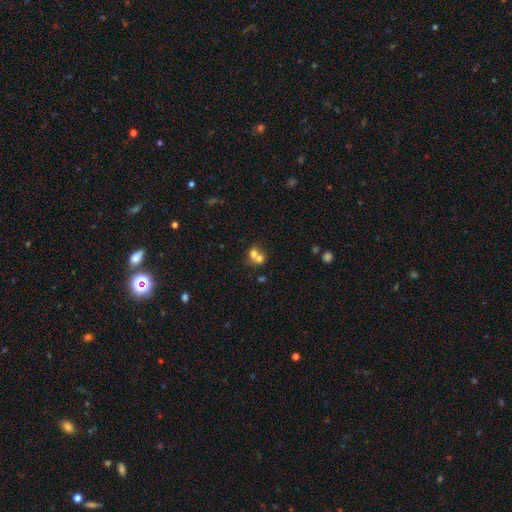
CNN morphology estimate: Smooth or featured?
  - smooth: 65% *
  - featured or disk: 22%
  - star or artifact: 14%
How rounded?
  - round: 74% *
  - in between: 25%
  - cigar-shaped: 1%
Merging?
  - merger: 62% *
  - none: 30%
  - minor disturbance: 6%
  - major disturbance: 3%